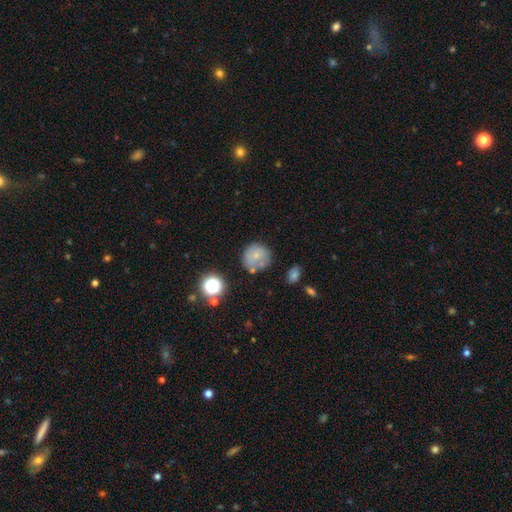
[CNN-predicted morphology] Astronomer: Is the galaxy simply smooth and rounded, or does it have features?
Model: smooth — 67%.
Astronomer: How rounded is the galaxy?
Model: round — 89%.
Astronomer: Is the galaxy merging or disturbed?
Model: none — 62%.